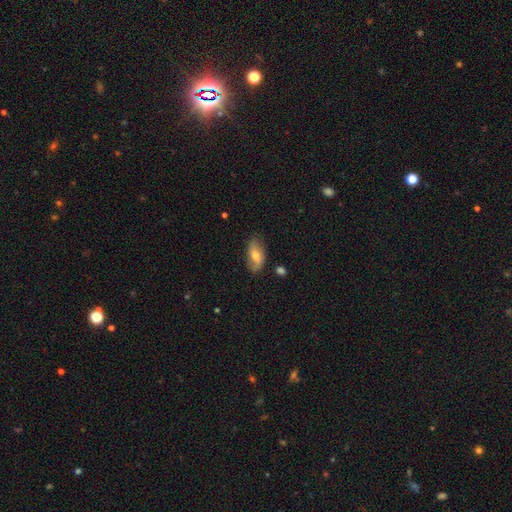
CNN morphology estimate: A smooth galaxy with no disk features (52%) that is in between round and cigar-shaped (89%). Merging: none (70%).